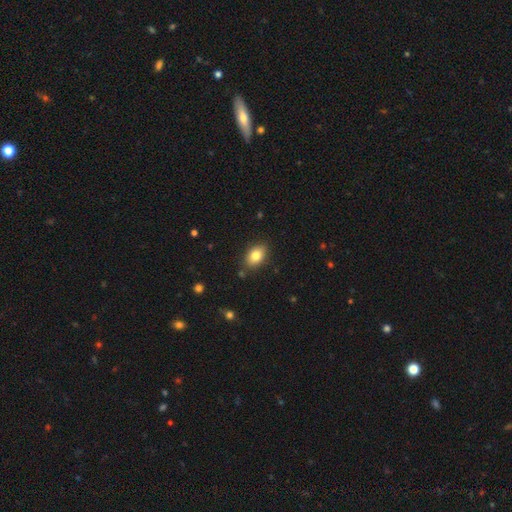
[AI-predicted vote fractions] This is clearly a smooth galaxy (81%). How rounded: clearly in between (85%). Merging: clearly none (84%).